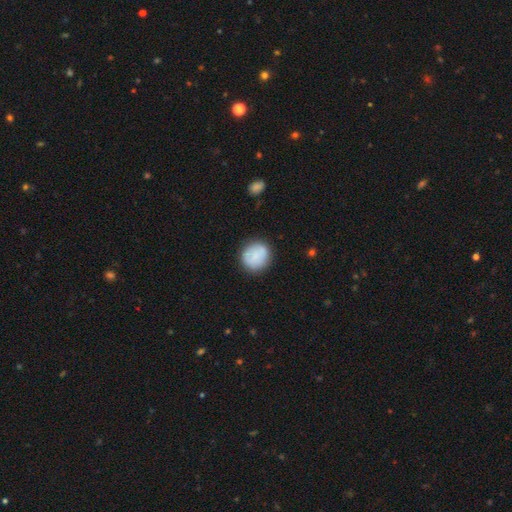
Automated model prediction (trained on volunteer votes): smooth-or-featured: smooth: 76% | featured or disk: 17% | star or artifact: 7%
  how-rounded: round: 85% | in between: 14% | cigar-shaped: 1%
  merging: none: 83% | minor disturbance: 12% | major disturbance: 3% | merger: 2%